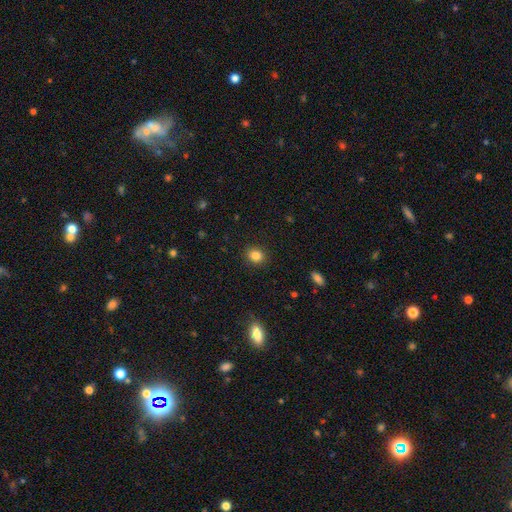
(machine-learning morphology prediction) smooth-or-featured: smooth: 84% | star or artifact: 11% | featured or disk: 5%
  how-rounded: round: 75% | in between: 24% | cigar-shaped: 1%
  merging: none: 90% | minor disturbance: 7% | major disturbance: 2% | merger: 1%